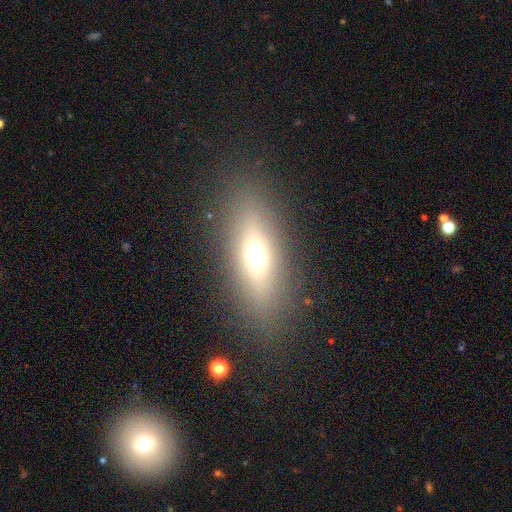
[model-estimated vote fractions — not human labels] smooth_or_featured: smooth (p=0.58) [alt: featured or disk p=0.31]
how_rounded: in between (p=0.56) [alt: cigar-shaped p=0.39]
merging: none (p=0.86) [alt: minor disturbance p=0.09]